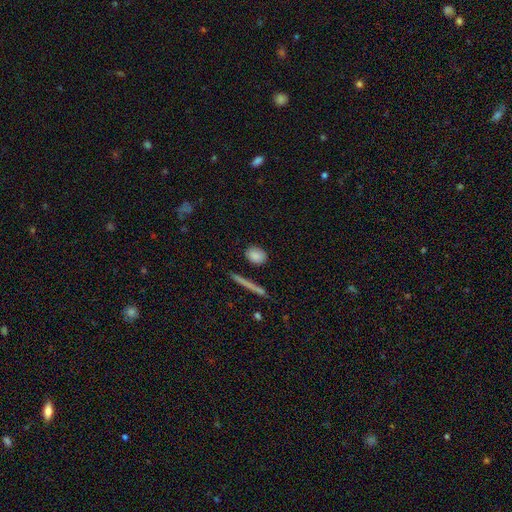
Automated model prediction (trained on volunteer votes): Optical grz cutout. It shows a smooth galaxy with no disk features (85%) that is in between round and cigar-shaped (51%). Merging: none (83%).